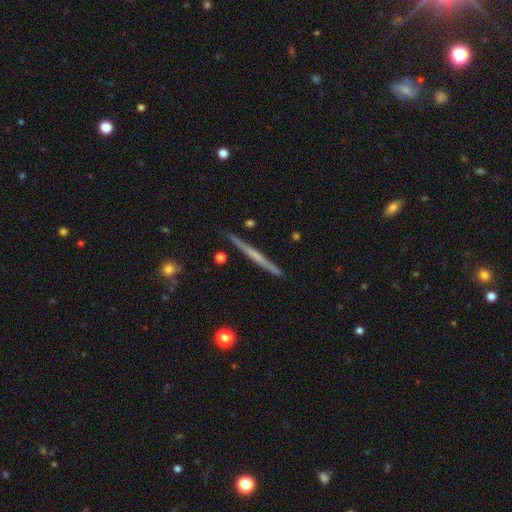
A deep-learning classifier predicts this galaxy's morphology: Smooth or featured: featured or disk — 60% (smooth — 34%)
Edge-on disk: yes — 98% (no — 2%)
Edge-on bulge: none — 78% (rounded — 15%)
Merging: none — 91% (minor disturbance — 7%)